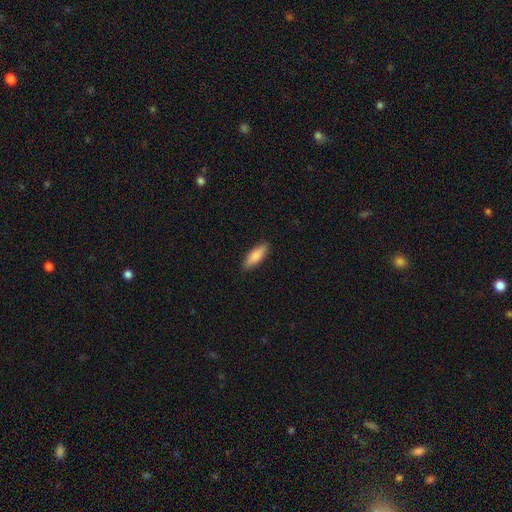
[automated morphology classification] Smooth or featured: smooth — 83% (featured or disk — 11%)
How rounded: in between — 59% (cigar-shaped — 39%)
Merging: none — 88% (minor disturbance — 9%)